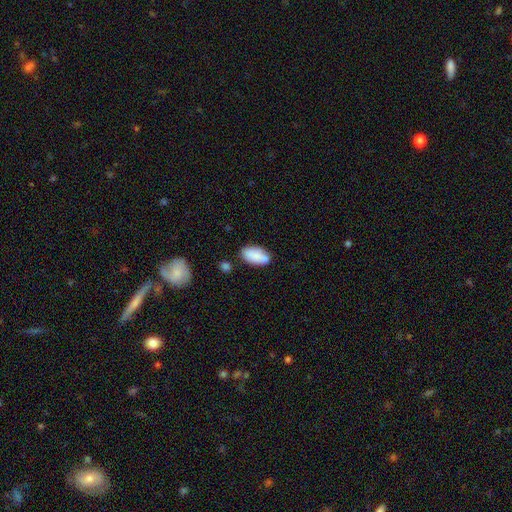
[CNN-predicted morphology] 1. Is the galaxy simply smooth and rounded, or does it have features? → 82% smooth, 11% featured or disk, 7% star or artifact.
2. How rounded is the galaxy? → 93% in between, 4% cigar-shaped, 3% round.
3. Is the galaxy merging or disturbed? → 65% none, 19% minor disturbance, 11% merger, 5% major disturbance.